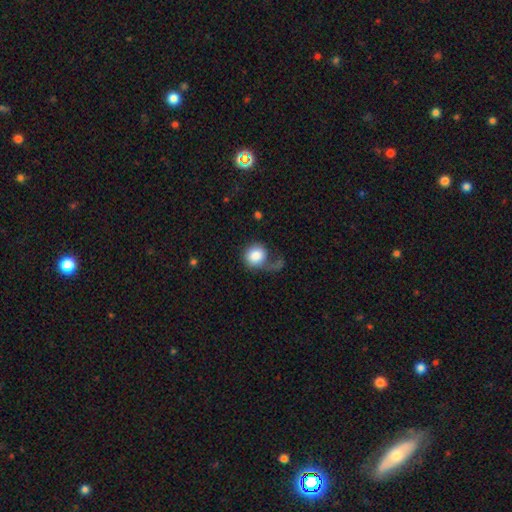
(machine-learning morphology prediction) type=smooth (78%); roundness=round (83%); merging=major disturbance (41%).